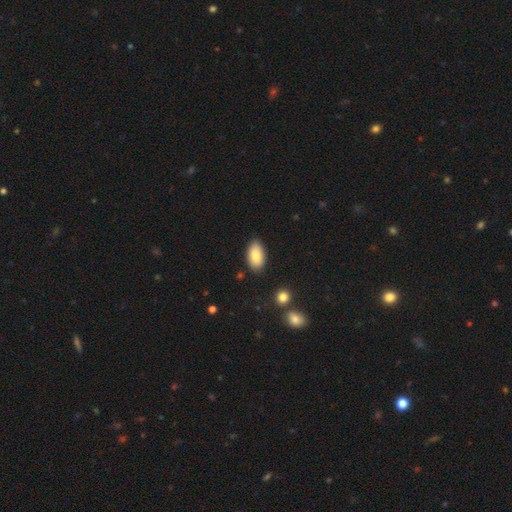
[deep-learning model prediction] Smooth or featured?
  - smooth: 83% *
  - featured or disk: 10%
  - star or artifact: 7%
How rounded?
  - in between: 94% *
  - round: 4%
  - cigar-shaped: 2%
Merging?
  - none: 82% *
  - minor disturbance: 14%
  - major disturbance: 2%
  - merger: 2%